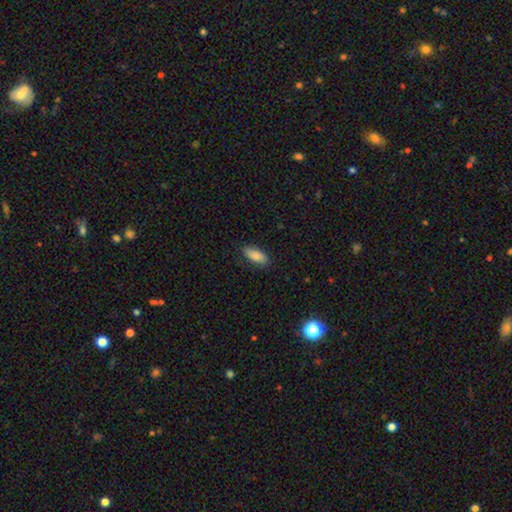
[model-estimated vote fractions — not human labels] Overall: smooth (87%). How rounded: in between (82%). Merging: none (86%).